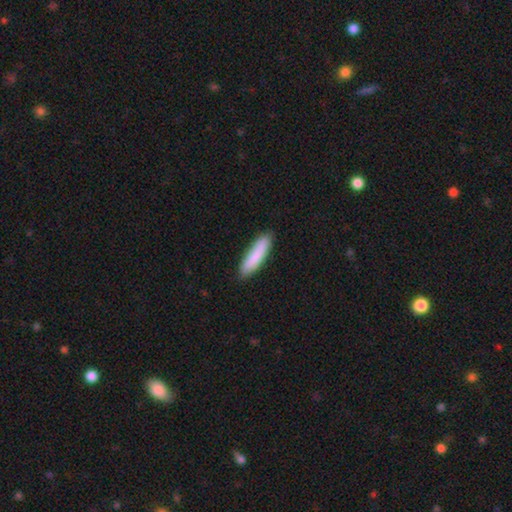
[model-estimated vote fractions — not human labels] Overall: smooth (86%). How rounded: cigar-shaped (75%). Merging: none (86%).